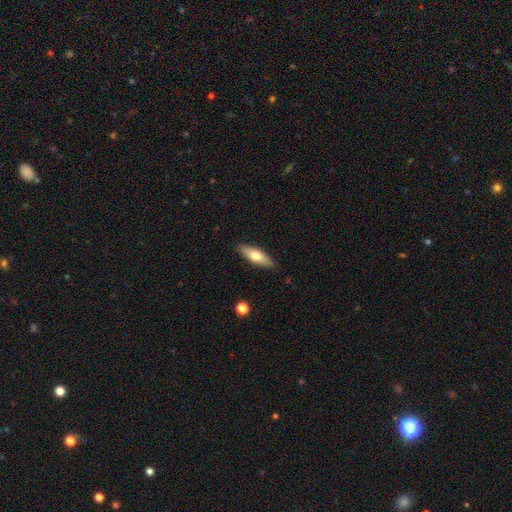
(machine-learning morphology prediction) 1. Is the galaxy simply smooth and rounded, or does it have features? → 63% smooth, 31% featured or disk, 6% star or artifact.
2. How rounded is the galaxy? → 57% in between, 40% cigar-shaped, 2% round.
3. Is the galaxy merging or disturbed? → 88% none, 9% minor disturbance, 2% major disturbance, 1% merger.